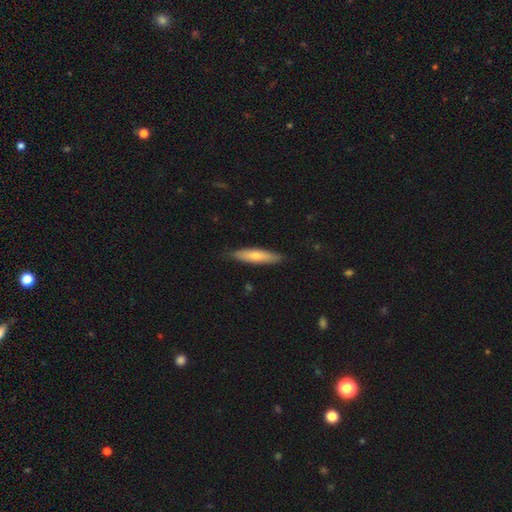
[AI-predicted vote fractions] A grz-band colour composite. It shows a smooth galaxy with no disk features (68%) that is cigar-shaped (78%). Merging: none (85%).